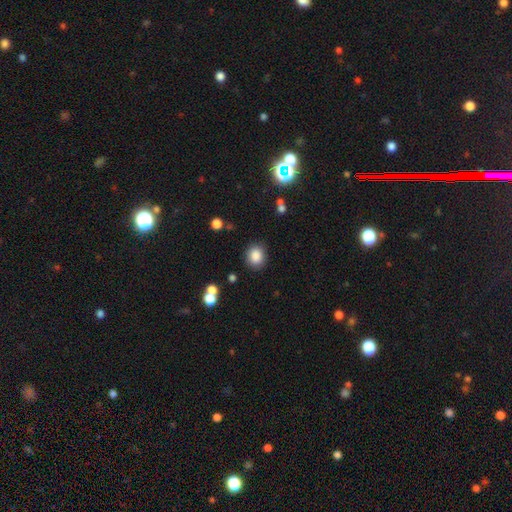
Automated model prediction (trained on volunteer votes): Q: Smooth or featured?
A: smooth (86%); runner-up: star or artifact (9%)
Q: How rounded?
A: round (68%); runner-up: in between (31%)
Q: Merging?
A: none (84%); runner-up: minor disturbance (10%)